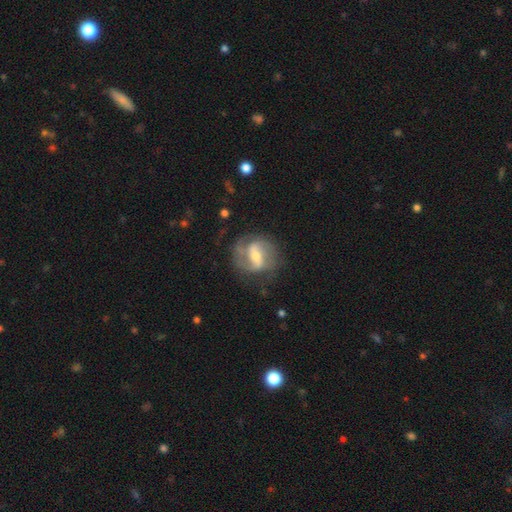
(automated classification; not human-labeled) The model was most divided on "bar": weak: 43%, strong: 42%, no: 15%. Remaining: edge-on disk — no (97%); spiral arms — yes (92%); smooth or featured — featured or disk (82%); spiral arm count — 2 (79%); merging — none (70%); bulge size — moderate (51%); spiral winding — medium (50%).